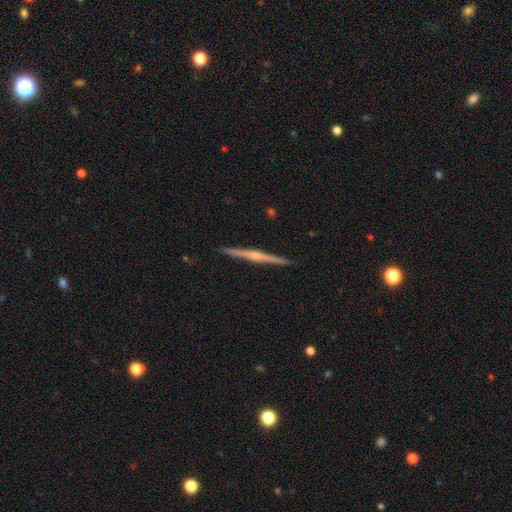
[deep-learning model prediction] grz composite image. It shows a featured or disk galaxy (78%) viewed edge-on (99%) with a rounded central bulge (72%). Merging: none (93%).